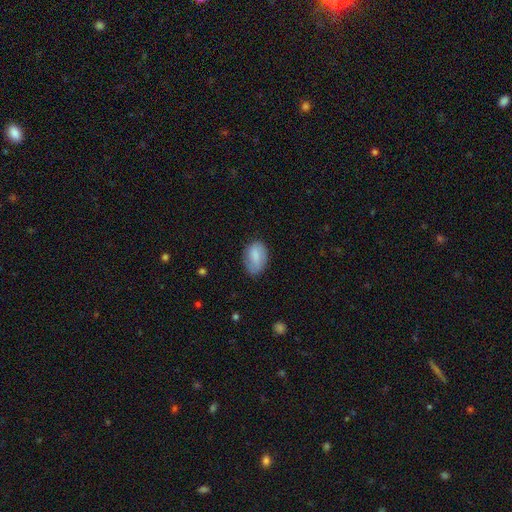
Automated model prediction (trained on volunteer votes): smooth 77%, featured or disk 16%, star or artifact 7%. Down the decision tree: how rounded — in between (89%); merging — none (71%).